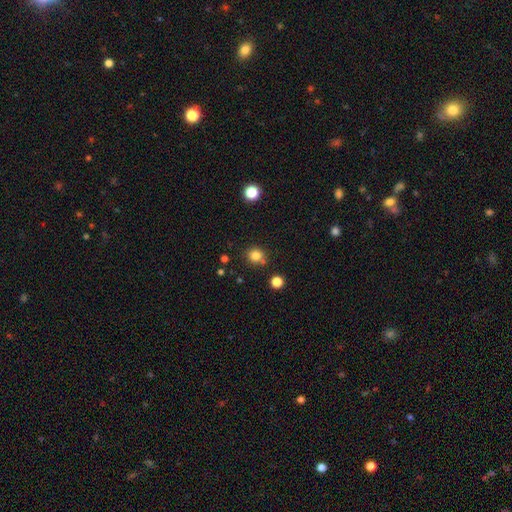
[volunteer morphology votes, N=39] A smooth galaxy with no disk features (87%) that is round (97%). Merging: none (77%).